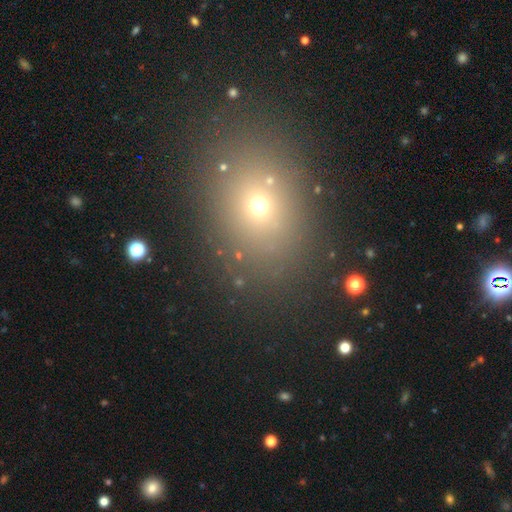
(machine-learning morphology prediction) Q: Smooth or featured?
A: smooth (58%); runner-up: star or artifact (30%)
Q: How rounded?
A: in between (53%); runner-up: round (46%)
Q: Merging?
A: none (86%); runner-up: minor disturbance (8%)